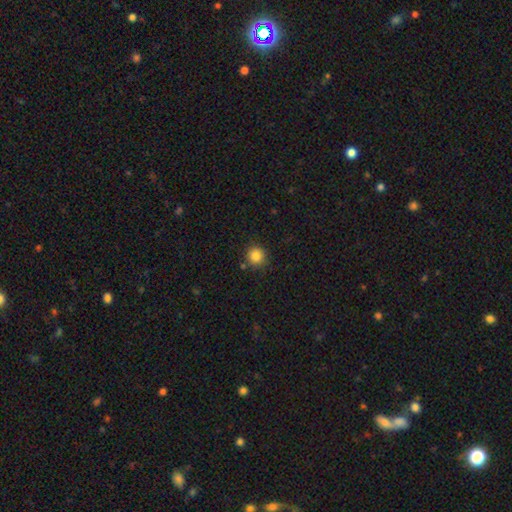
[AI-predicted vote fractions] Q: Smooth or featured?
A: smooth (85%); runner-up: star or artifact (11%)
Q: How rounded?
A: round (94%); runner-up: in between (6%)
Q: Merging?
A: none (85%); runner-up: minor disturbance (9%)